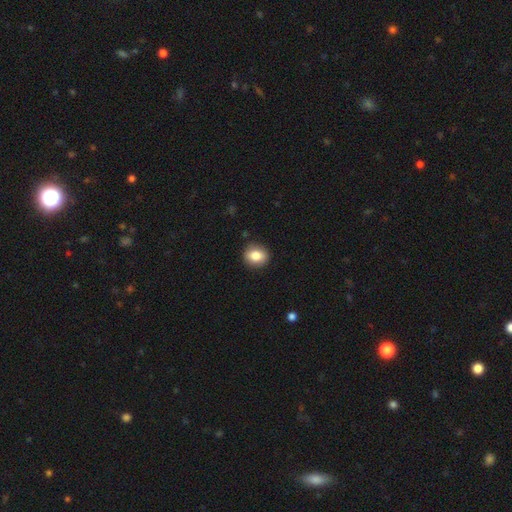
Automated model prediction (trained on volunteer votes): This is clearly a smooth galaxy (82%). How rounded: likely round (65%). Merging: clearly none (88%).